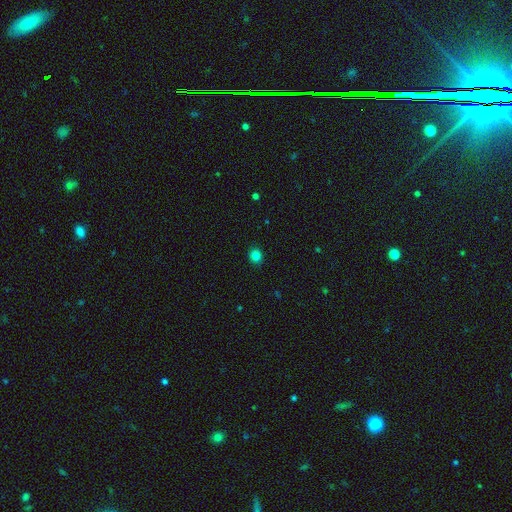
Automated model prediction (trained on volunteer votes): Q: Smooth or featured?
A: smooth (83%); runner-up: star or artifact (13%)
Q: How rounded?
A: round (78%); runner-up: in between (21%)
Q: Merging?
A: none (91%); runner-up: minor disturbance (6%)